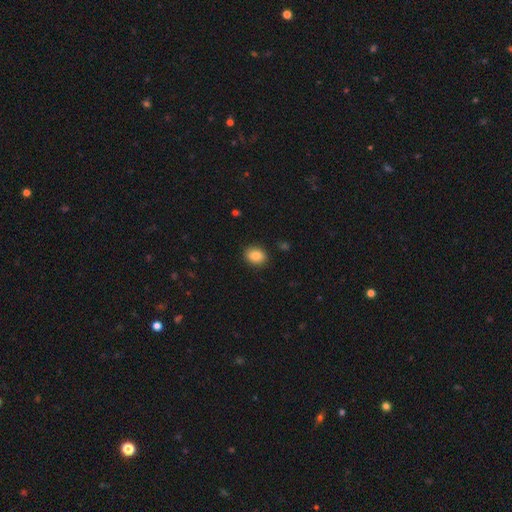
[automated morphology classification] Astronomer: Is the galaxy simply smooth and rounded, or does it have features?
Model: smooth — 87%.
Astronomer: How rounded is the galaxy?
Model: in between — 58% (runner-up: round, 41%).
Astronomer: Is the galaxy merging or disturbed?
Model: none — 89%.